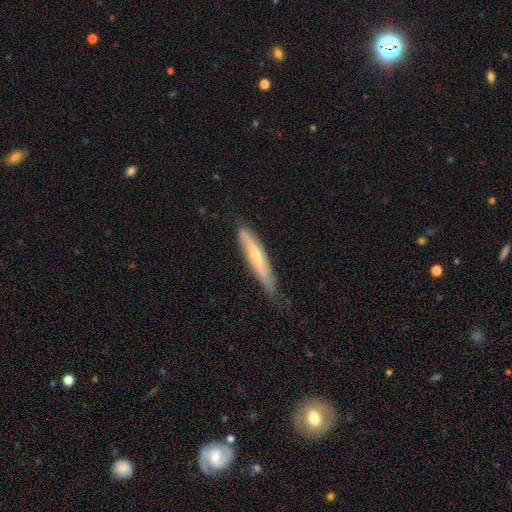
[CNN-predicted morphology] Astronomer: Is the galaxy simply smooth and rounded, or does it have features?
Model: featured or disk — 51% (runner-up: smooth, 44%).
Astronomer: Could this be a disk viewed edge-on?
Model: yes — 77%.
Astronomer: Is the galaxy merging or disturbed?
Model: none — 68%.